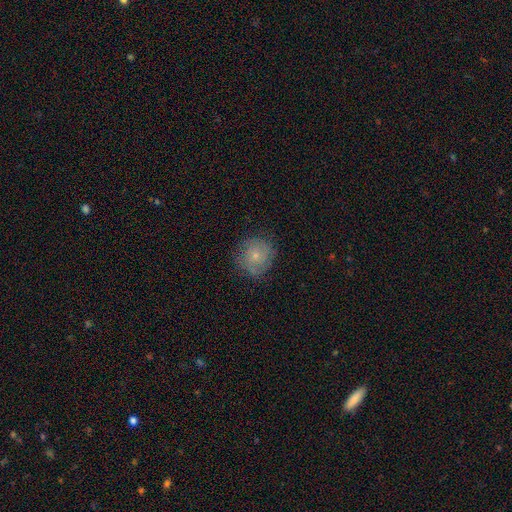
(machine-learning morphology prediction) A smooth galaxy with no disk features (56%) that is round (89%).

Vote fractions:
- Smooth or featured? smooth: 56% / featured or disk: 35% / star or artifact: 9%
- How rounded? round: 89% / in between: 10% / cigar-shaped: 1%
- Merging? none: 75% / minor disturbance: 18% / major disturbance: 5% / merger: 1%